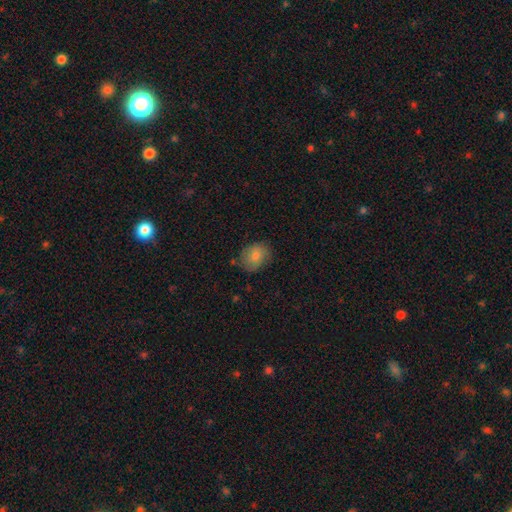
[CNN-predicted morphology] Overall: smooth (78%). How rounded: in between (50%; round 49%). Merging: none (74%).